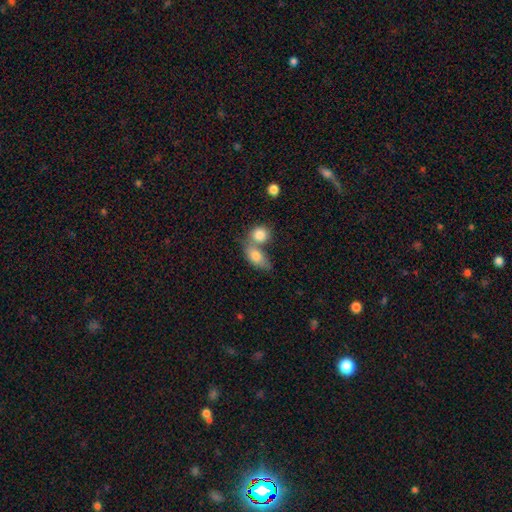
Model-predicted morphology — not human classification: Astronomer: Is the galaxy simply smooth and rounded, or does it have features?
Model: smooth — 79%.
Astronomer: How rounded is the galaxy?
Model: in between — 79%.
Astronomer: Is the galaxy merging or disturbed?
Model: merger — 59%.